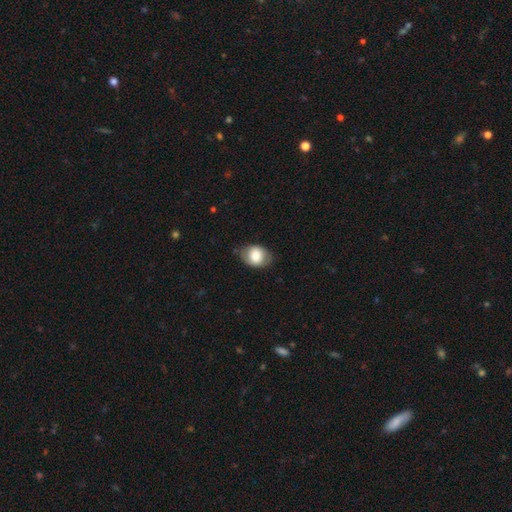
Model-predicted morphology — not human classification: Q: Smooth or featured?
A: smooth (73%); runner-up: featured or disk (19%)
Q: How rounded?
A: in between (66%); runner-up: round (33%)
Q: Merging?
A: none (71%); runner-up: minor disturbance (21%)